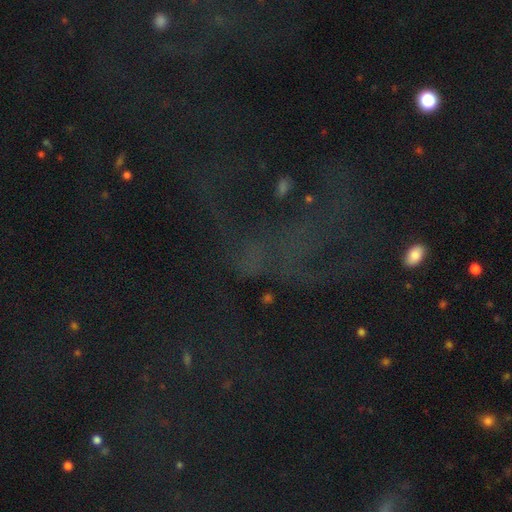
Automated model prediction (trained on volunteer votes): smooth_or_featured: star or artifact (p=0.62) [alt: featured or disk p=0.22]